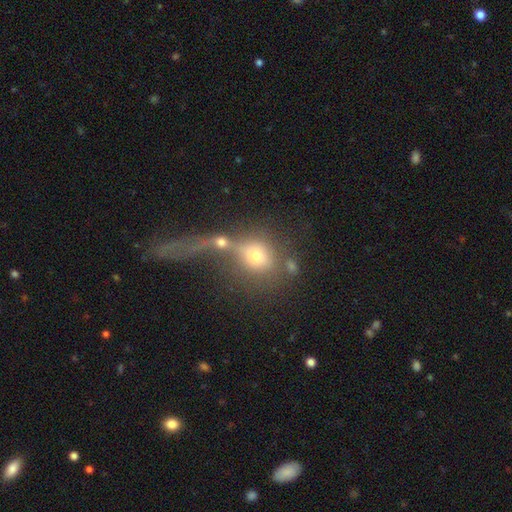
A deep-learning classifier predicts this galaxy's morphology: Smooth or featured?
  - smooth: 57% *
  - featured or disk: 26%
  - star or artifact: 17%
How rounded?
  - round: 69% *
  - in between: 27%
  - cigar-shaped: 4%
Merging?
  - merger: 46% *
  - major disturbance: 25%
  - none: 20%
  - minor disturbance: 8%